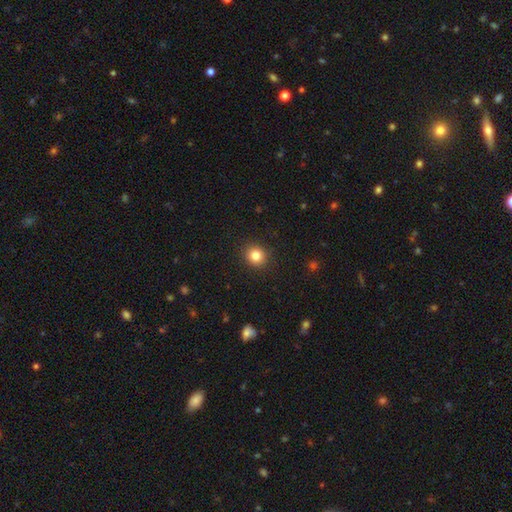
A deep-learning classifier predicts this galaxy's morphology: smooth 83%, star or artifact 11%, featured or disk 6%. Down the decision tree: how rounded — round (87%); merging — none (91%).